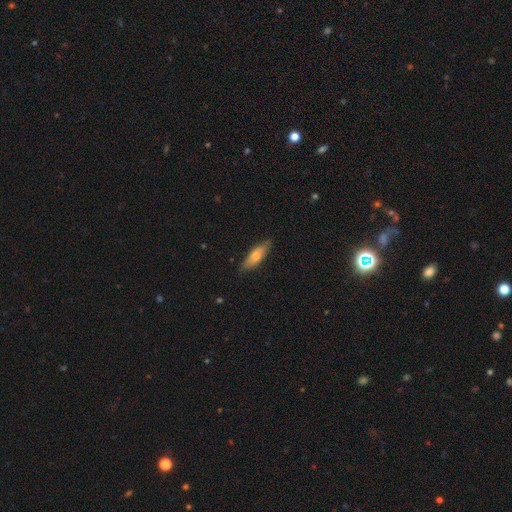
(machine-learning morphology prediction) smooth 71%, featured or disk 23%, star or artifact 6%. Down the decision tree: how rounded — cigar-shaped (51%); merging — none (81%).